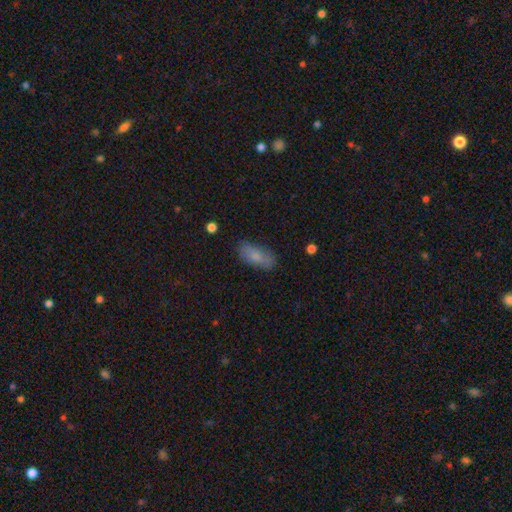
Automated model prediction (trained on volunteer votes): Q: Smooth or featured?
A: smooth (76%); runner-up: featured or disk (16%)
Q: How rounded?
A: in between (86%); runner-up: cigar-shaped (11%)
Q: Merging?
A: none (77%); runner-up: minor disturbance (17%)